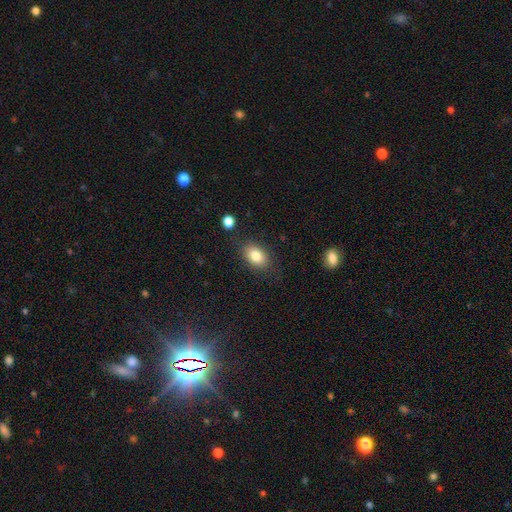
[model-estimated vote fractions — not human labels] Smooth or featured?
  - smooth: 81% *
  - featured or disk: 10%
  - star or artifact: 9%
How rounded?
  - in between: 82% *
  - round: 17%
  - cigar-shaped: 1%
Merging?
  - none: 82% *
  - minor disturbance: 12%
  - major disturbance: 3%
  - merger: 2%